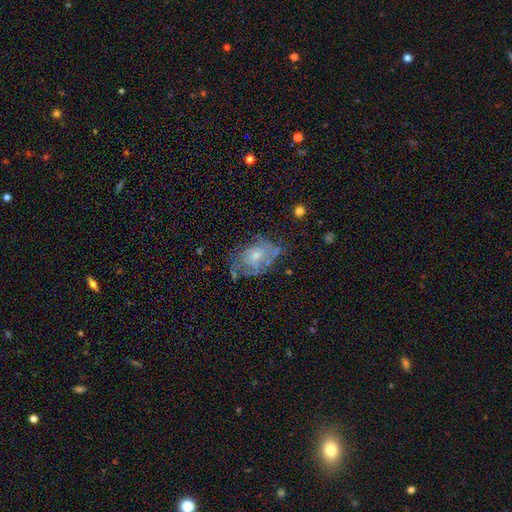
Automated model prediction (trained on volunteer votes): featured or disk 61%, smooth 30%, star or artifact 10%. Down the decision tree: edge-on disk — no (96%); bar — no (75%); spiral arms — yes (60%); bulge size — small (53%); merging — none (49%).